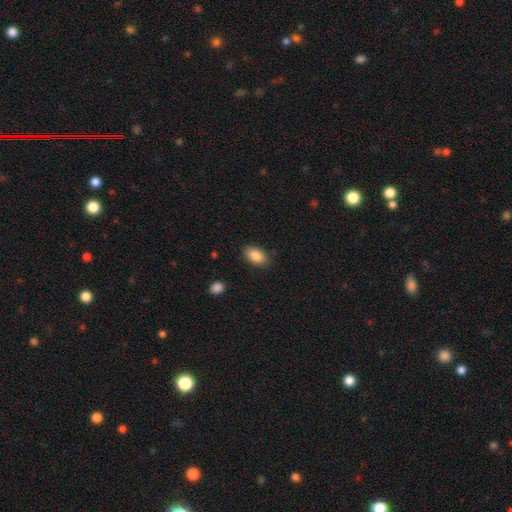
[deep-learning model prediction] smooth-or-featured: smooth: 88% | star or artifact: 7% | featured or disk: 5%
  how-rounded: in between: 92% | round: 6% | cigar-shaped: 2%
  merging: none: 86% | minor disturbance: 11% | major disturbance: 3% | merger: 1%